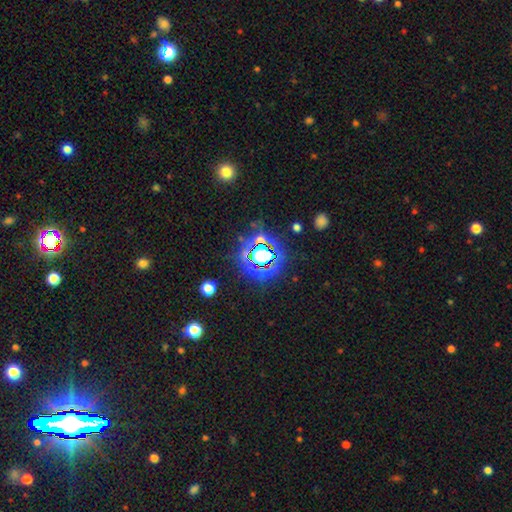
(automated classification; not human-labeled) smooth-or-featured: star or artifact: 77% | smooth: 14% | featured or disk: 9%